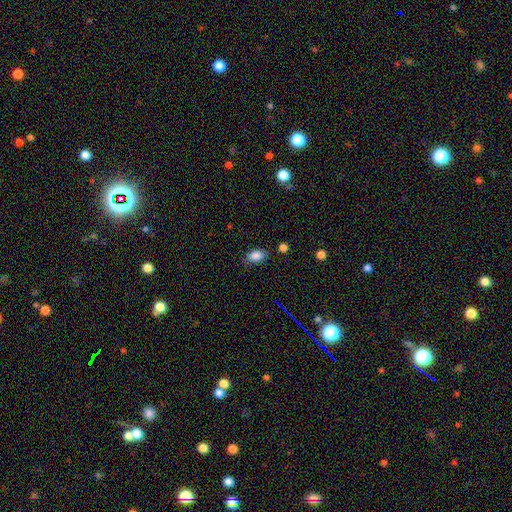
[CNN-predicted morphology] smooth 85%, star or artifact 10%, featured or disk 6%. Down the decision tree: how rounded — in between (86%); merging — none (74%).